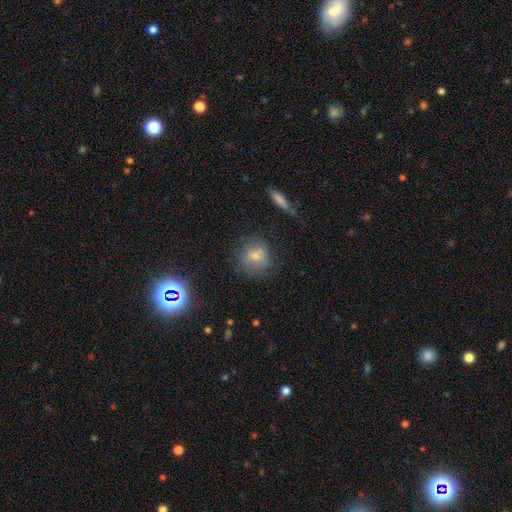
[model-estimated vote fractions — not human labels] smooth_or_featured: smooth (p=0.68) [alt: featured or disk p=0.20]
how_rounded: round (p=0.78) [alt: in between p=0.20]
merging: none (p=0.64) [alt: minor disturbance p=0.21]